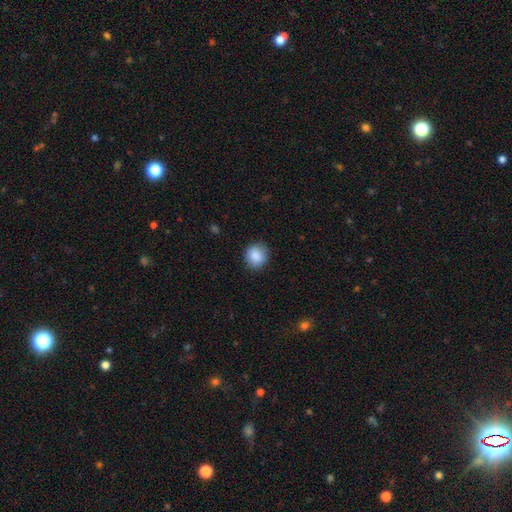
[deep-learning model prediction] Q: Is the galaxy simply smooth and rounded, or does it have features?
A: smooth — 88%.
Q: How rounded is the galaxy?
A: round — 85%.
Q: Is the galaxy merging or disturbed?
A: none — 88%.